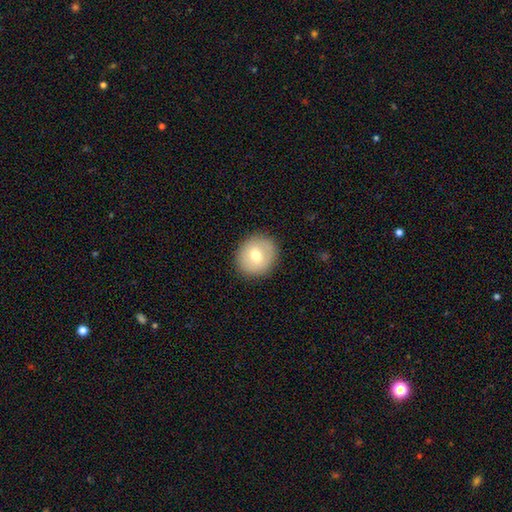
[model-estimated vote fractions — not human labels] This appears to be a smooth galaxy with no disk features (68%) that is round (82%). Merging: none (88%).